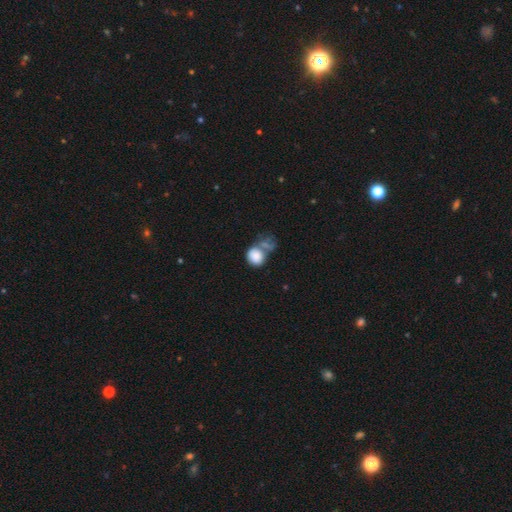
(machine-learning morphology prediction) type=smooth (82%); roundness=round (61%); merging=merger (44%).